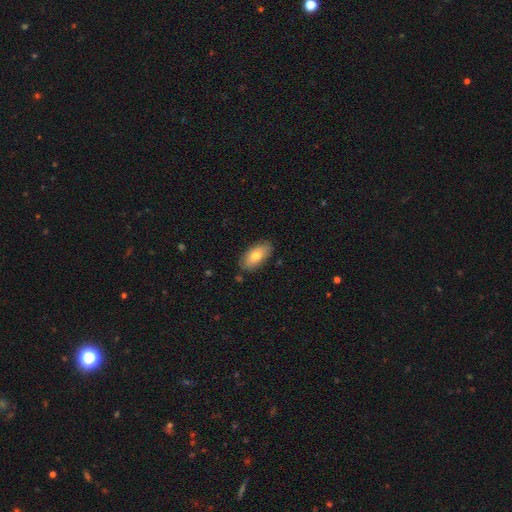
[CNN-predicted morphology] Overall: smooth (73%). How rounded: in between (91%). Merging: none (80%).